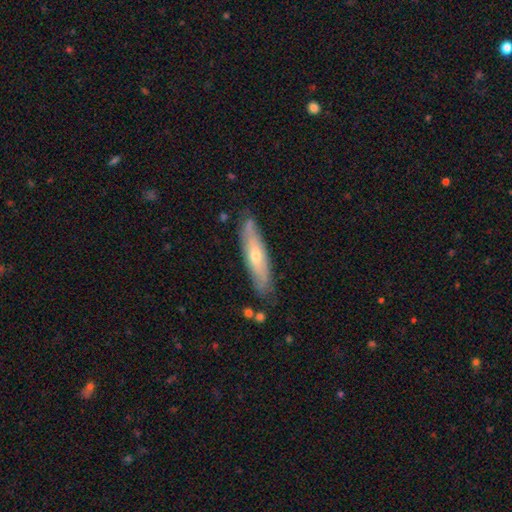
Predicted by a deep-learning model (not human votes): A featured or disk galaxy (51%) viewed edge-on (59%). Merging: none (79%).